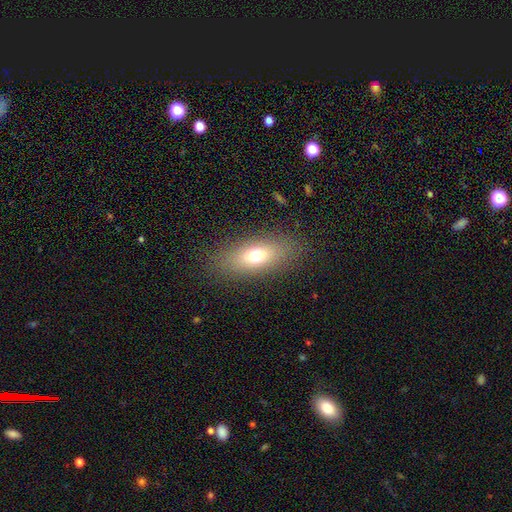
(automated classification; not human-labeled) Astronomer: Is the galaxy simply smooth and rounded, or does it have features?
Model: smooth — 69%.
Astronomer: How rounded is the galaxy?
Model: in between — 77%.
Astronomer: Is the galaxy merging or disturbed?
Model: none — 84%.